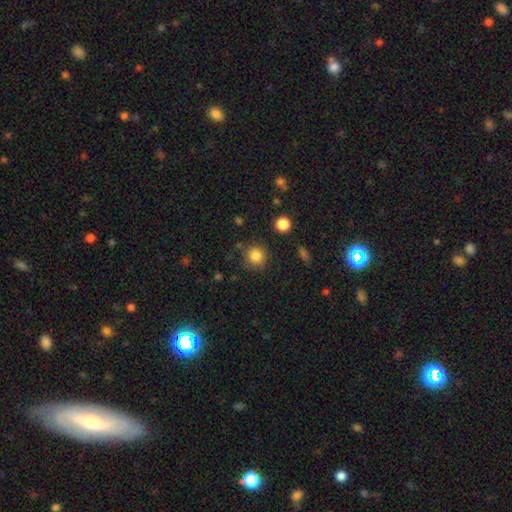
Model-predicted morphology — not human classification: smooth 83%, star or artifact 11%, featured or disk 6%. Down the decision tree: how rounded — round (91%); merging — none (83%).